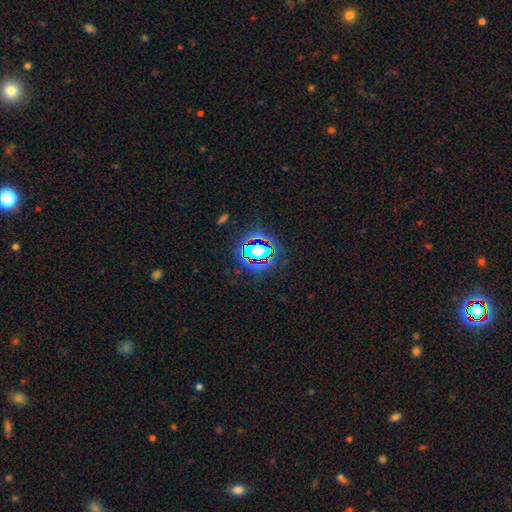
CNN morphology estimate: This is likely a star or artifact rather than a galaxy (69%).